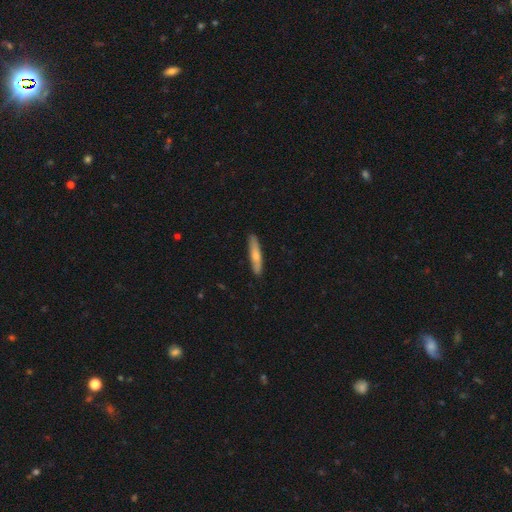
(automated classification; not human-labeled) This is likely a smooth galaxy (66%). How rounded: clearly cigar-shaped (89%). Merging: clearly none (89%).